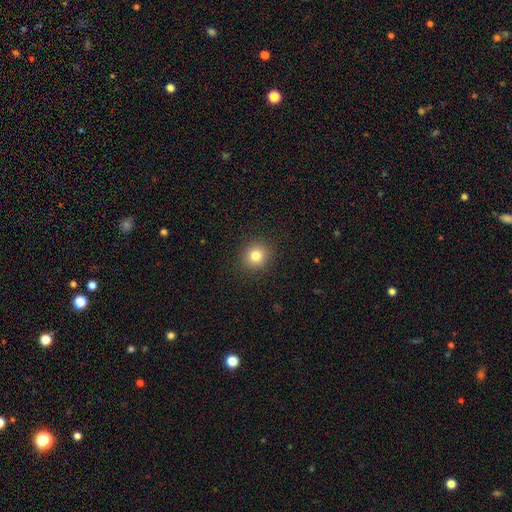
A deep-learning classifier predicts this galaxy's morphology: type=smooth (80%); roundness=round (86%); merging=none (90%).